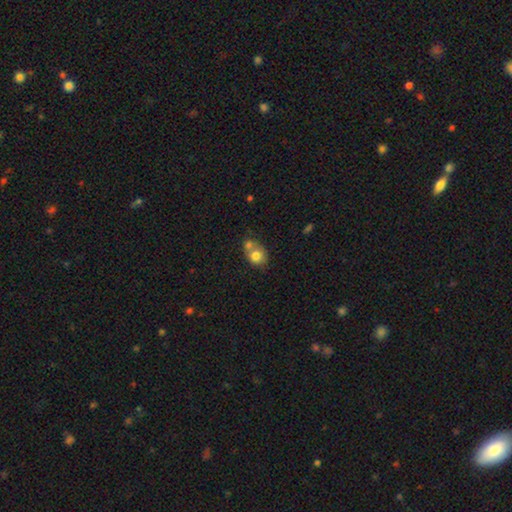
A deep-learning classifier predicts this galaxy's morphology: The model was most divided on "how rounded": round: 56%, in between: 43%, cigar-shaped: 1%. More confident: smooth or featured — smooth (76%); merging — merger (53%).